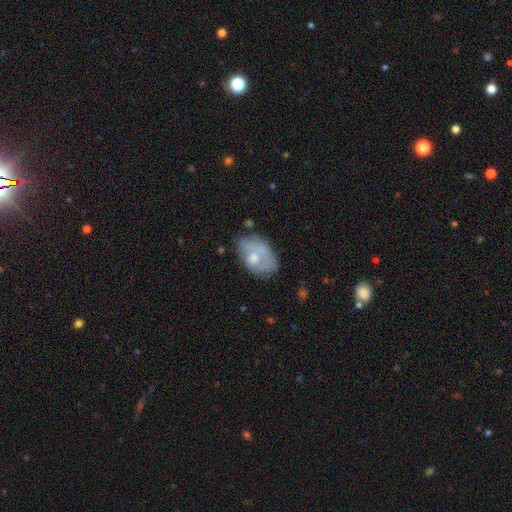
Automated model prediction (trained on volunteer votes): smooth_or_featured: smooth (p=0.58) [alt: featured or disk p=0.35]
how_rounded: in between (p=0.87) [alt: round p=0.12]
merging: none (p=0.48) [alt: minor disturbance p=0.32]